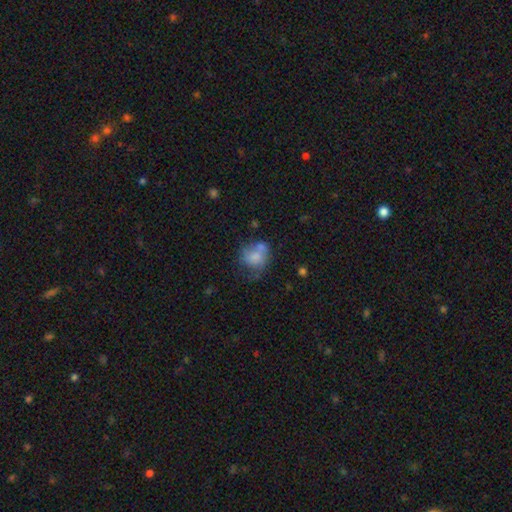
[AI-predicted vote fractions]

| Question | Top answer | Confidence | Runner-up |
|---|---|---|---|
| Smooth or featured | smooth | 70% | featured or disk (21%) |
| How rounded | round | 65% | in between (34%) |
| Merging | none | 34% | merger (26%) |